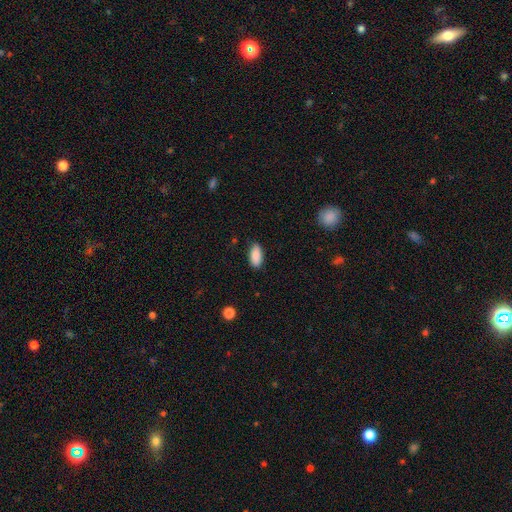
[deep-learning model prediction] This is clearly a smooth galaxy (89%). How rounded: clearly in between (88%). Merging: clearly none (86%).